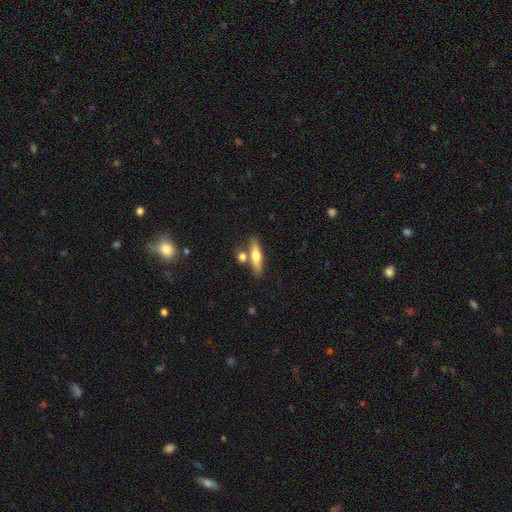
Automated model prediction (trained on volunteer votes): A smooth galaxy with no disk features (55%) that is cigar-shaped (67%). Merging: none (68%).